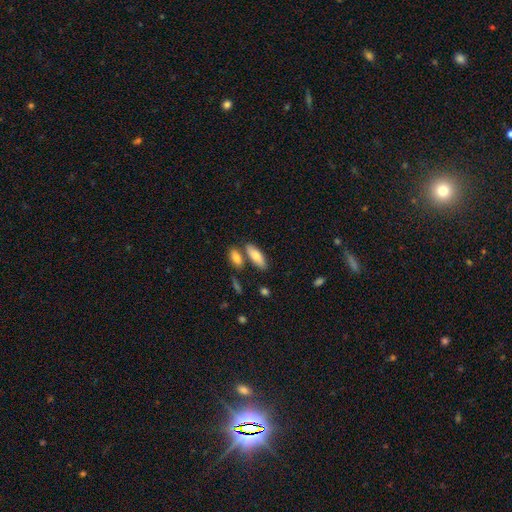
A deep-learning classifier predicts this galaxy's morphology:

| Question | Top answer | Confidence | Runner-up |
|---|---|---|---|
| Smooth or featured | smooth | 79% | featured or disk (15%) |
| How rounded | in between | 72% | cigar-shaped (26%) |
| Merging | none | 67% | merger (19%) |